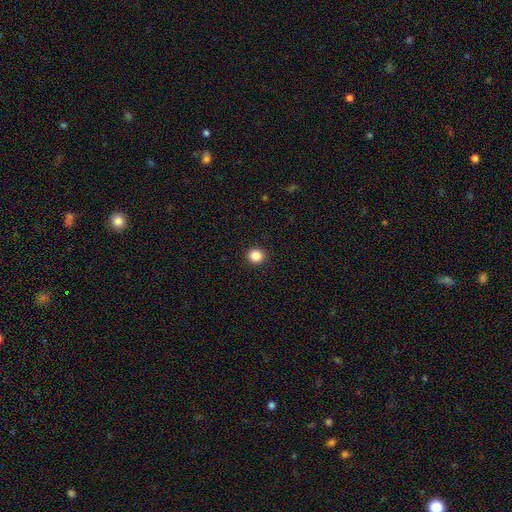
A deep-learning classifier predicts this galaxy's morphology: This is clearly a smooth galaxy (86%). How rounded: clearly round (92%). Merging: clearly none (93%).